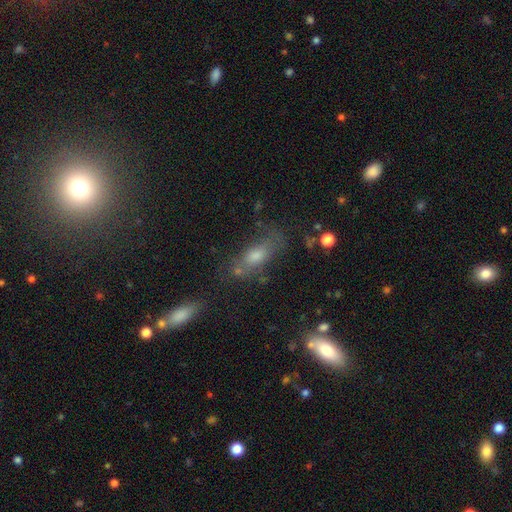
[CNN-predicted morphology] type=smooth (55%); roundness=in between (68%); merging=none (55%).